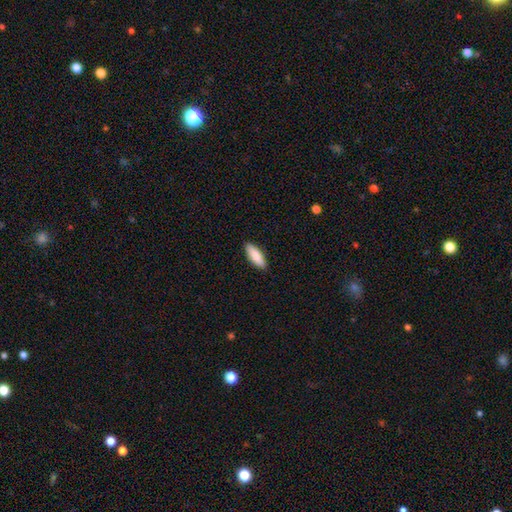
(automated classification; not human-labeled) smooth-or-featured: smooth: 88% | featured or disk: 7% | star or artifact: 5%
  how-rounded: in between: 58% | cigar-shaped: 40% | round: 2%
  merging: none: 90% | minor disturbance: 8% | major disturbance: 2% | merger: 1%